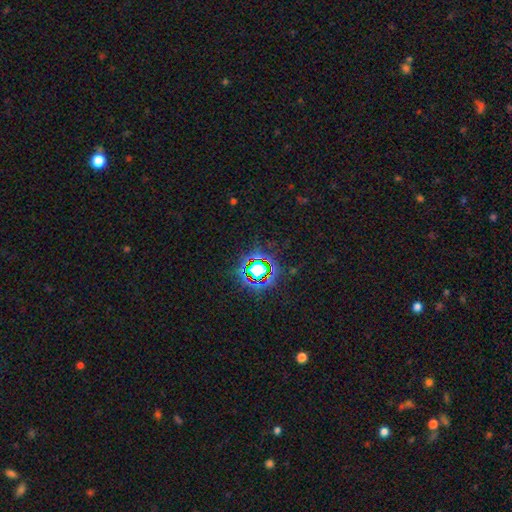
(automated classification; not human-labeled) The model was most divided on "smooth or featured": star or artifact: 81%, smooth: 11%, featured or disk: 8%.